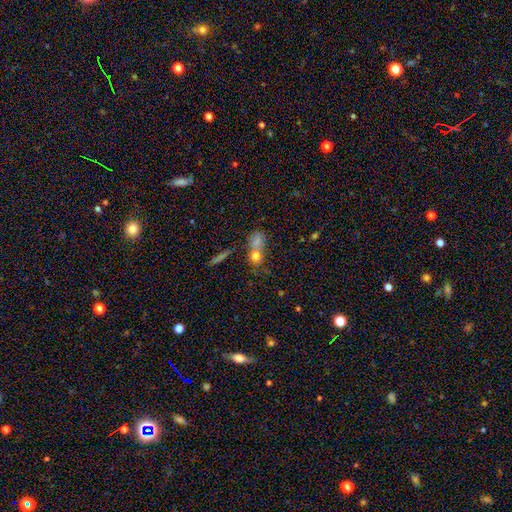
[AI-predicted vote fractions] This appears to be a smooth galaxy with no disk features (72%) that is round (60%). Merging: merger (58%).